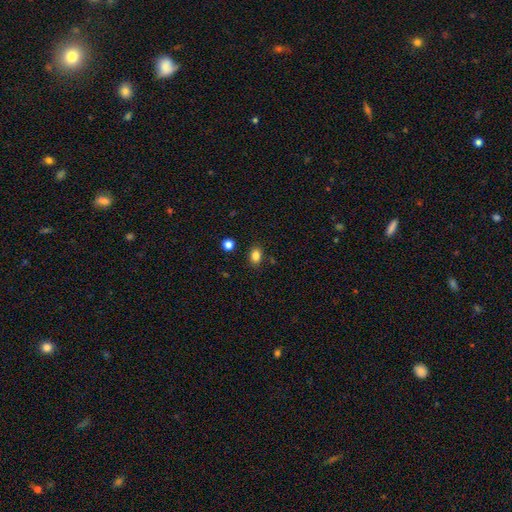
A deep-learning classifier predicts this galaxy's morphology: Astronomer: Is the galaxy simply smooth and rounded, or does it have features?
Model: smooth — 84%.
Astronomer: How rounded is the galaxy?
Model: in between — 67%.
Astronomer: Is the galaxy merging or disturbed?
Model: none — 84%.